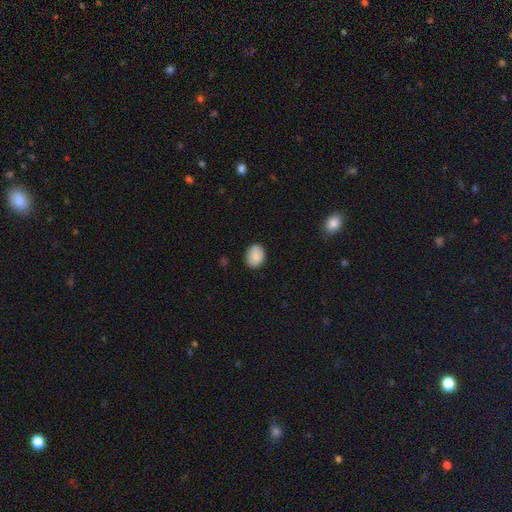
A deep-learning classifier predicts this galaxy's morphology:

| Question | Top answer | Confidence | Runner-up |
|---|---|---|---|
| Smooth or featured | smooth | 87% | star or artifact (7%) |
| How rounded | in between | 58% | round (41%) |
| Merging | none | 85% | minor disturbance (12%) |